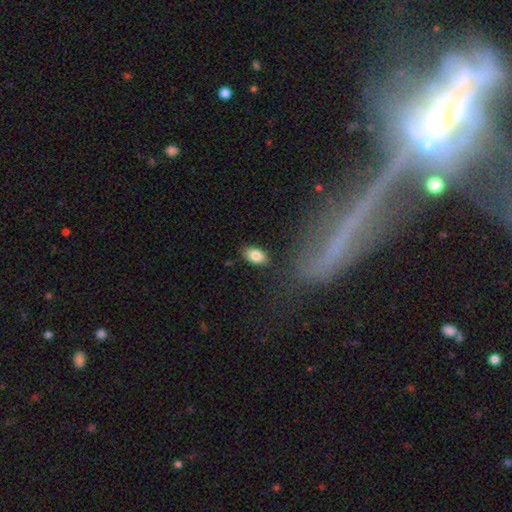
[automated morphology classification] Smooth or featured: smooth — 82% (featured or disk — 9%)
How rounded: in between — 90% (round — 8%)
Merging: none — 85% (minor disturbance — 10%)